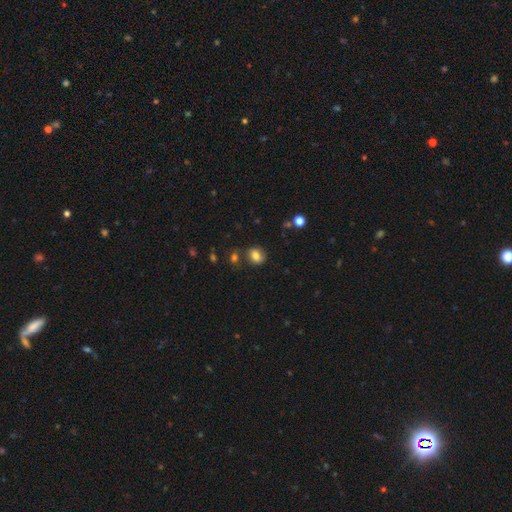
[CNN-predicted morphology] smooth-or-featured: smooth: 78% | star or artifact: 11% | featured or disk: 11%
  how-rounded: round: 57% | in between: 42% | cigar-shaped: 1%
  merging: none: 74% | minor disturbance: 14% | merger: 8% | major disturbance: 4%